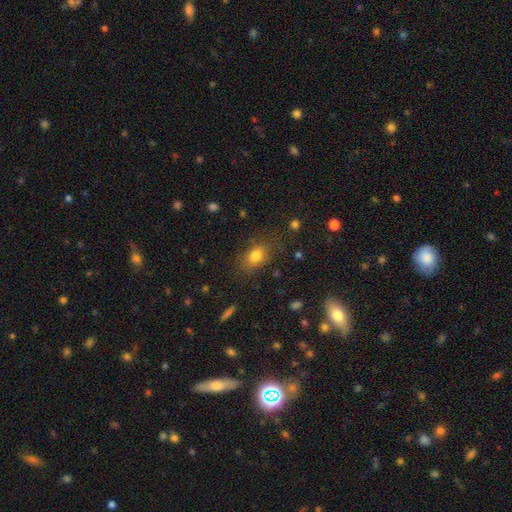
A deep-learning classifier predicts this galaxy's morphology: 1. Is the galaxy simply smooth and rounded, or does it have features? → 79% smooth, 11% star or artifact, 10% featured or disk.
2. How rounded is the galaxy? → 77% in between, 21% round, 2% cigar-shaped.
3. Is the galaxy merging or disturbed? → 76% none, 16% minor disturbance, 6% major disturbance, 2% merger.